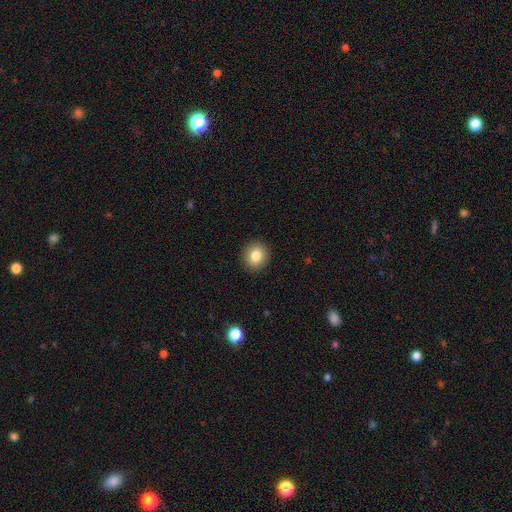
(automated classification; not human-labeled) smooth 82%, star or artifact 9%, featured or disk 8%. Down the decision tree: how rounded — round (86%); merging — none (92%).